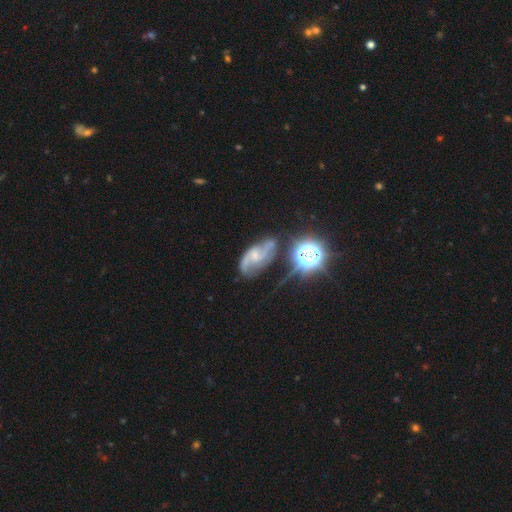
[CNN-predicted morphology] This appears to be a featured or disk galaxy (75%) with no bar (47%), 2 (74%) medium (46%) spiral arms (94%) and a small central bulge (53%). Merging: none (52%).